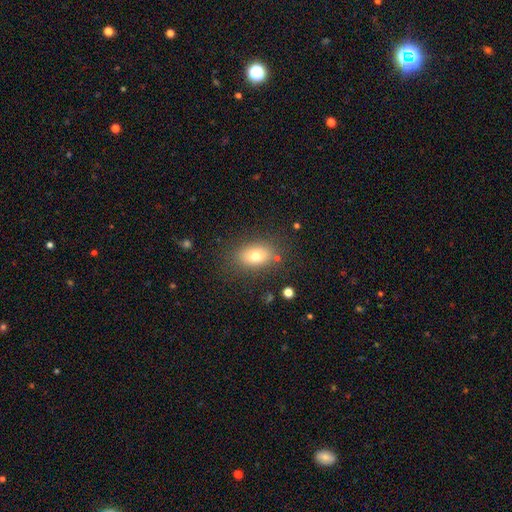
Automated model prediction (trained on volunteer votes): A smooth galaxy with no disk features (75%) that is in between round and cigar-shaped (82%).

Vote fractions:
- Smooth or featured? smooth: 75% / featured or disk: 14% / star or artifact: 11%
- How rounded? in between: 82% / round: 16% / cigar-shaped: 2%
- Merging? none: 82% / minor disturbance: 12% / major disturbance: 5% / merger: 2%